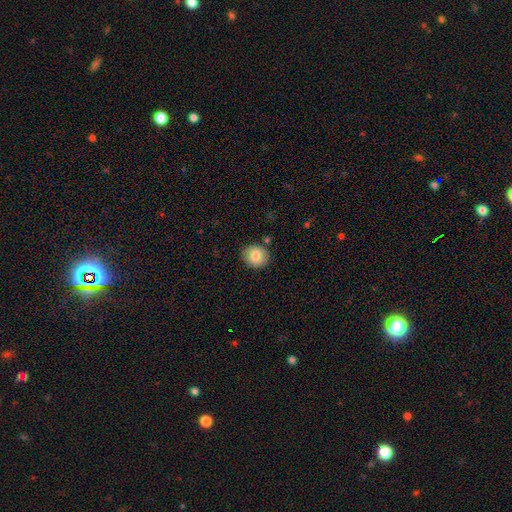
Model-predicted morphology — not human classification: This appears to be a smooth galaxy with no disk features (84%) that is round (75%). Merging: none (82%).